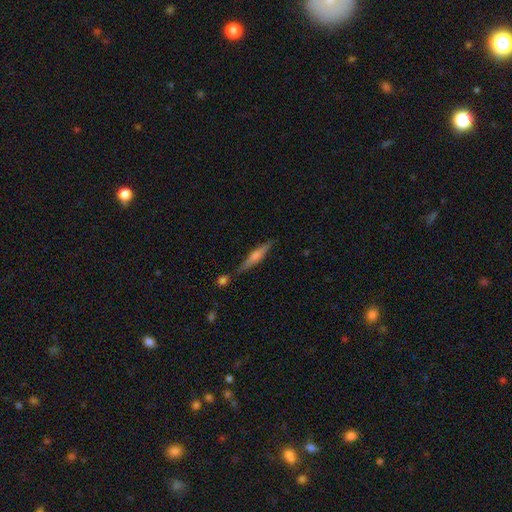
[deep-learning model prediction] Smooth or featured: featured or disk — 53% (smooth — 40%)
Edge-on disk: yes — 95% (no — 5%)
Merging: none — 75% (minor disturbance — 14%)